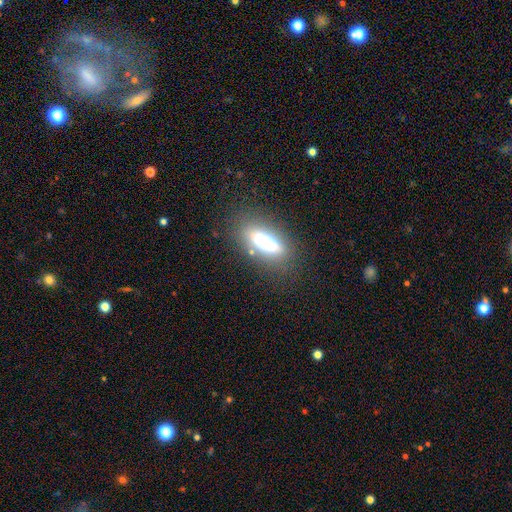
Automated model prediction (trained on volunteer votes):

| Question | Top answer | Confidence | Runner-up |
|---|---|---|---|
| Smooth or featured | smooth | 63% | featured or disk (21%) |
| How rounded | in between | 67% | cigar-shaped (29%) |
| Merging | none | 83% | minor disturbance (11%) |